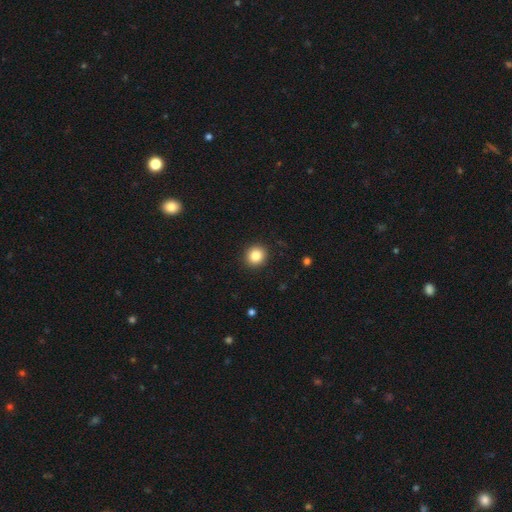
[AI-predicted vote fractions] Morphology: type=smooth (85%); roundness=round (87%); merging=none (92%).